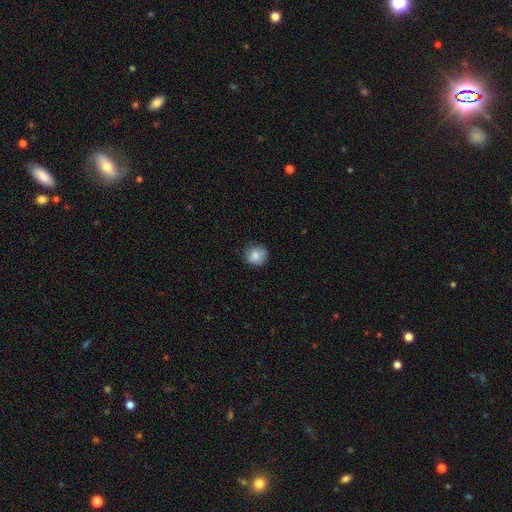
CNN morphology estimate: A smooth galaxy with no disk features (82%) that is round (85%).

Vote fractions:
- Smooth or featured? smooth: 82% / featured or disk: 9% / star or artifact: 8%
- How rounded? round: 85% / in between: 14% / cigar-shaped: 1%
- Merging? none: 79% / minor disturbance: 16% / major disturbance: 3% / merger: 1%